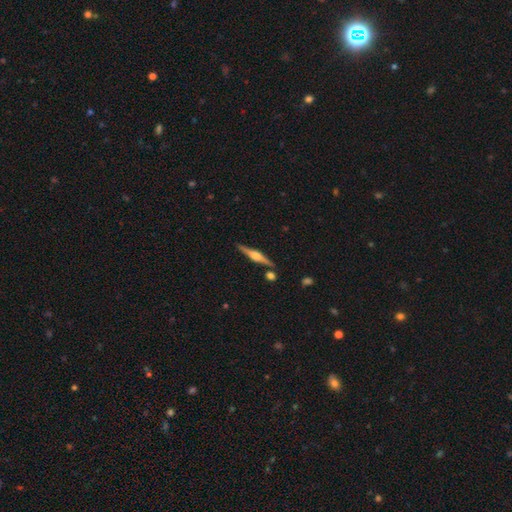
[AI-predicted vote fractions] smooth_or_featured: featured or disk (p=0.80) [alt: smooth p=0.15]
disk_edge_on: yes (p=0.98) [alt: no p=0.02]
edge_on_bulge: rounded (p=0.87) [alt: boxy p=0.11]
merging: none (p=0.86) [alt: minor disturbance p=0.08]